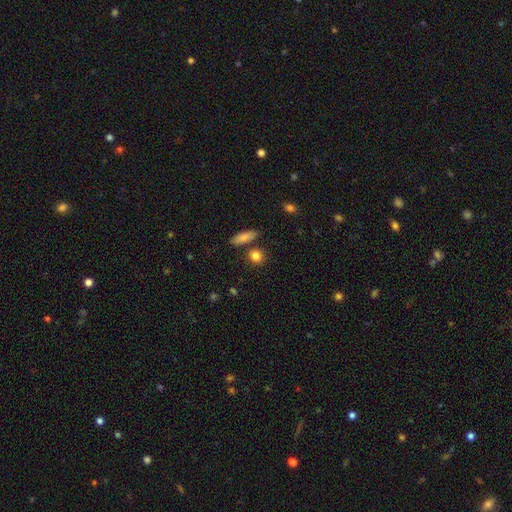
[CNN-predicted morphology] A smooth galaxy with no disk features (85%) that is round (74%). Merging: none (80%).